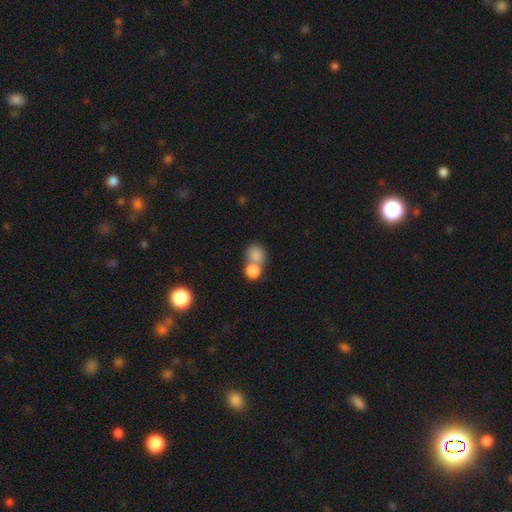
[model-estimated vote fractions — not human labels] This appears to be a smooth galaxy with no disk features (82%) that is round (67%). Merging: merger (56%).